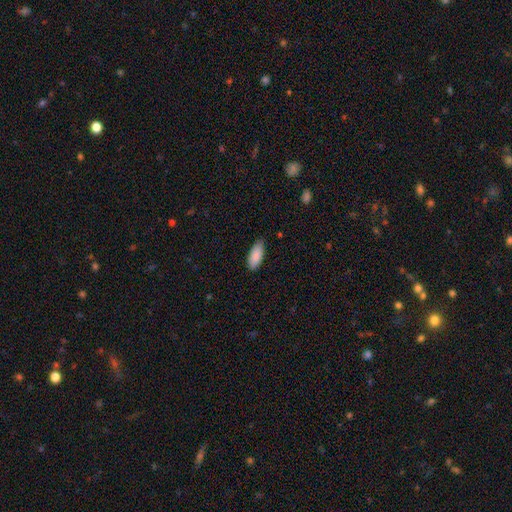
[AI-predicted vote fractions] smooth 89%, star or artifact 6%, featured or disk 5%. Down the decision tree: how rounded — in between (82%); merging — none (81%).